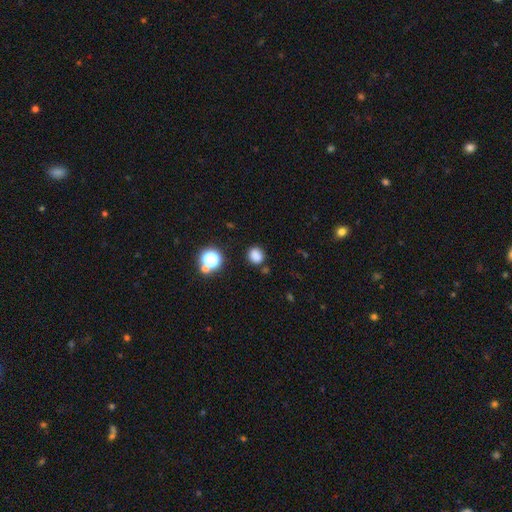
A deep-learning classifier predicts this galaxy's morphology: smooth-or-featured: smooth: 80% | star or artifact: 15% | featured or disk: 5%
  how-rounded: round: 70% | in between: 29% | cigar-shaped: 1%
  merging: none: 80% | minor disturbance: 11% | merger: 5% | major disturbance: 4%